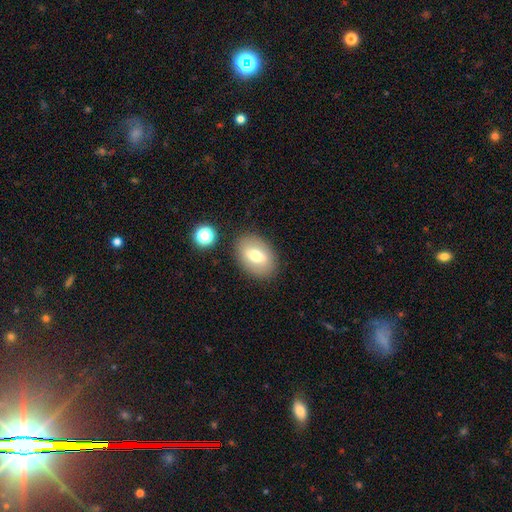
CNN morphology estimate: Smooth or featured? Predicted: smooth (p=0.63). How rounded? Predicted: in between (p=0.81). Merging? Predicted: none (p=0.84).